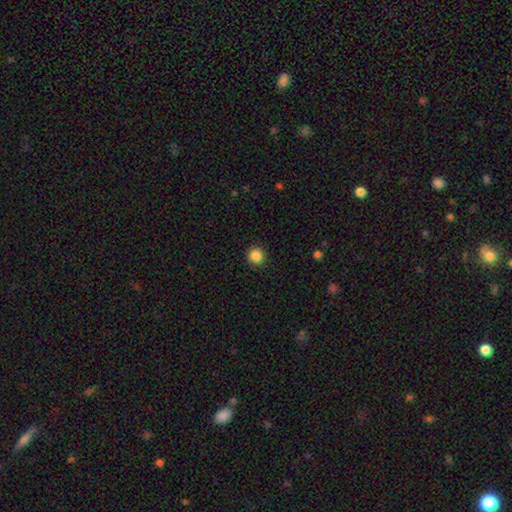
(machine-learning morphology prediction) smooth 87%, star or artifact 10%, featured or disk 3%. Down the decision tree: how rounded — round (94%); merging — none (92%).